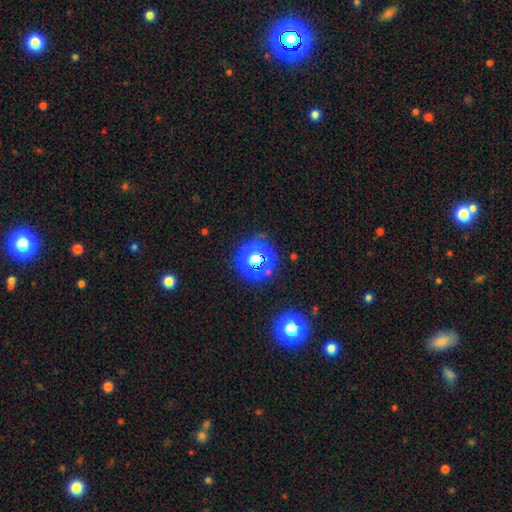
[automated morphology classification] The model was most divided on "smooth or featured": star or artifact: 66%, smooth: 26%, featured or disk: 8%.